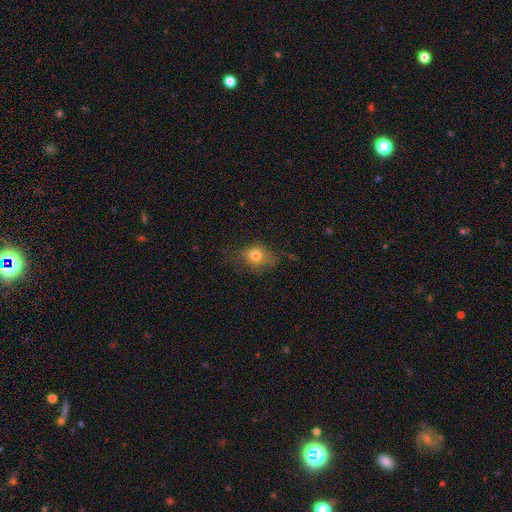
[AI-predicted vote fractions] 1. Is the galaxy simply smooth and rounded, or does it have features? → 71% smooth, 14% featured or disk, 14% star or artifact.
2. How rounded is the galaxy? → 60% round, 38% in between, 2% cigar-shaped.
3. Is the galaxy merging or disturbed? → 58% none, 25% minor disturbance, 15% major disturbance, 2% merger.